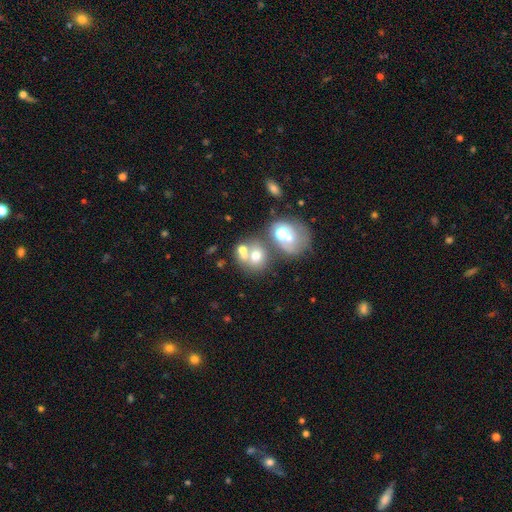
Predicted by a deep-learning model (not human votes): smooth_or_featured: smooth (p=0.58) [alt: featured or disk p=0.25]
how_rounded: round (p=0.72) [alt: in between p=0.27]
merging: merger (p=0.49) [alt: none p=0.35]